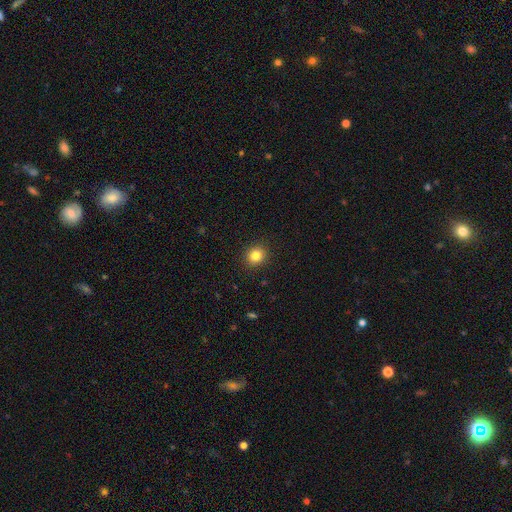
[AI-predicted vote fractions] A smooth galaxy with no disk features (83%) that is round (81%). Merging: none (91%).